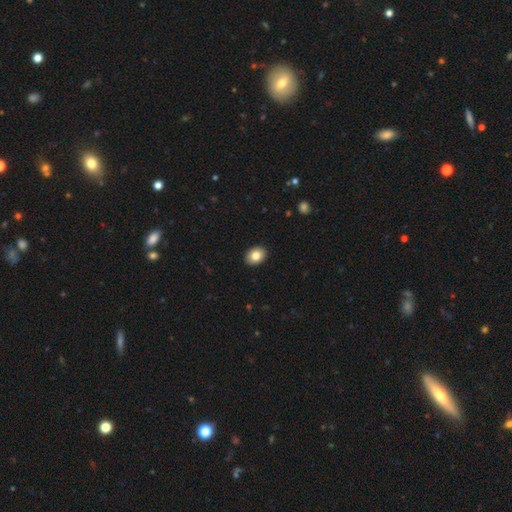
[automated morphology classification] Smooth or featured: smooth — 83% (featured or disk — 9%)
How rounded: in between — 69% (round — 30%)
Merging: none — 91% (minor disturbance — 7%)